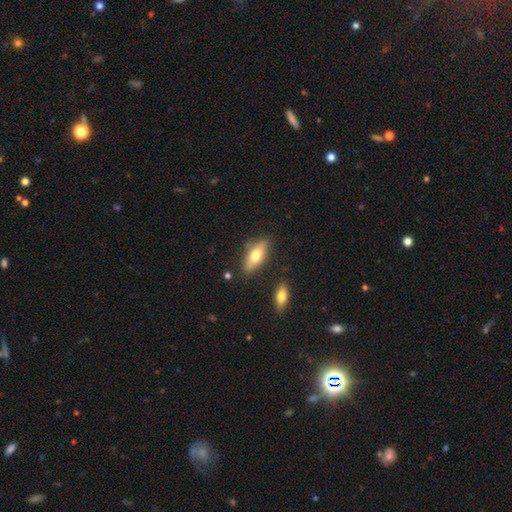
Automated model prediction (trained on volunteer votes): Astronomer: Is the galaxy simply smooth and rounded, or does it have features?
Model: smooth — 64%.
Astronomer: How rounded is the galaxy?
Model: in between — 71%.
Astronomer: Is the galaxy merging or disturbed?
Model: none — 80%.